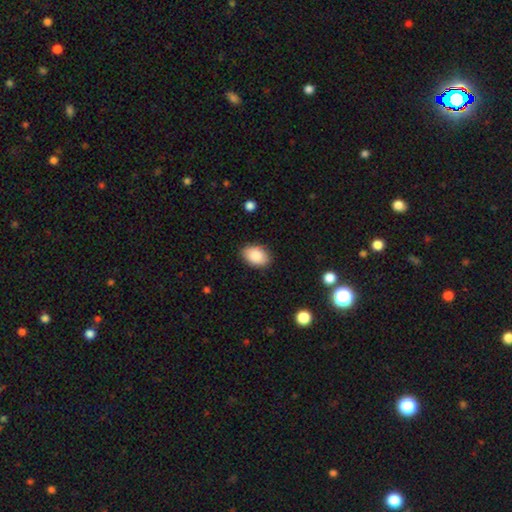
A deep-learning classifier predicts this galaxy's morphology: A smooth galaxy with no disk features (90%) that is in between round and cigar-shaped (86%).

Vote fractions:
- Smooth or featured? smooth: 90% / star or artifact: 7% / featured or disk: 4%
- How rounded? in between: 86% / round: 13% / cigar-shaped: 1%
- Merging? none: 85% / minor disturbance: 11% / major disturbance: 2% / merger: 1%